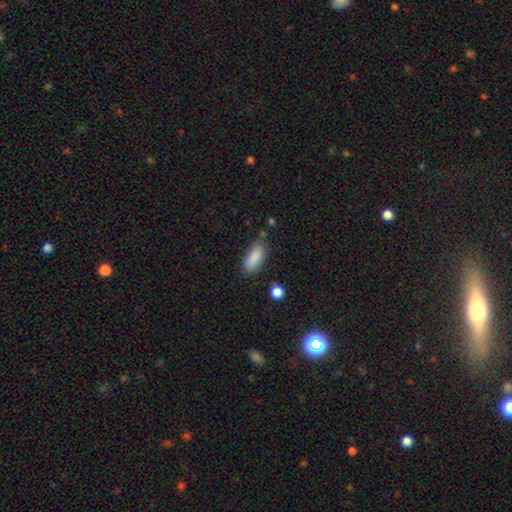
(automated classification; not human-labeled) Smooth or featured?
  - smooth: 88% *
  - star or artifact: 7%
  - featured or disk: 5%
How rounded?
  - in between: 83% *
  - cigar-shaped: 15%
  - round: 2%
Merging?
  - none: 77% *
  - minor disturbance: 16%
  - merger: 4%
  - major disturbance: 4%